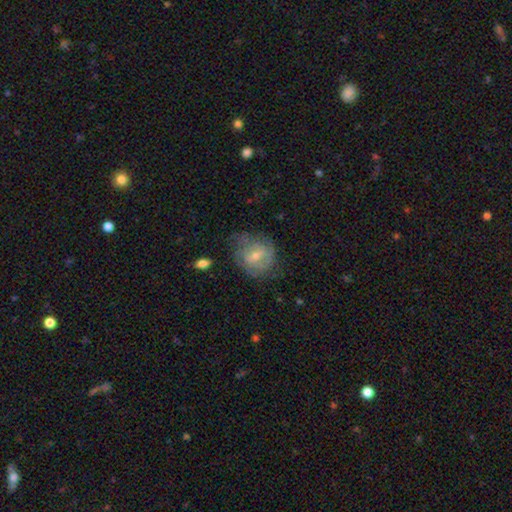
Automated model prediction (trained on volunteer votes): A featured or disk galaxy (59%) with a weak bar (48%), spiral arms (74%) and a small central bulge (53%). Merging: none (59%).